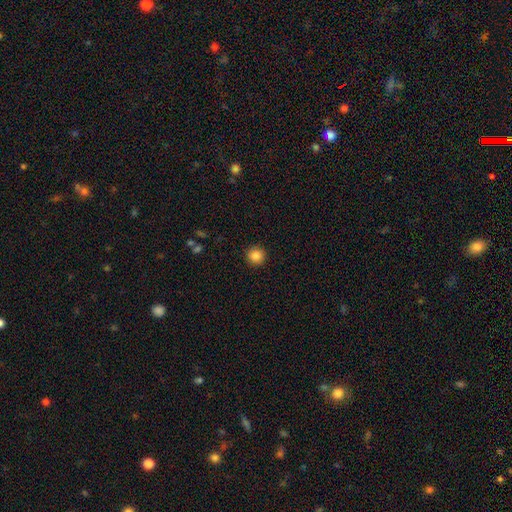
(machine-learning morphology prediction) The model was most divided on "smooth or featured": smooth: 85%, star or artifact: 10%, featured or disk: 5%. More confident: how rounded — round (94%); merging — none (92%).